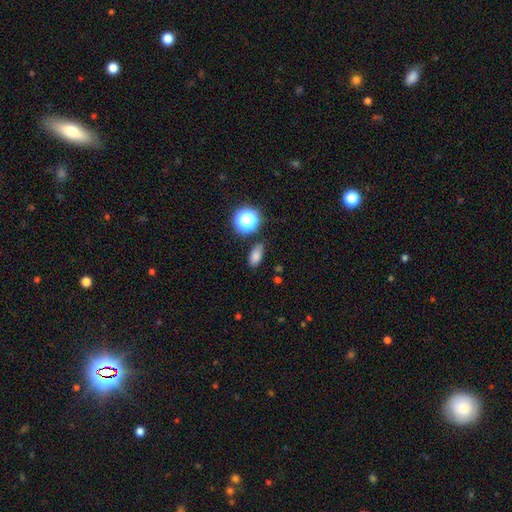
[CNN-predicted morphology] type=smooth (79%); roundness=in between (83%); merging=none (81%).